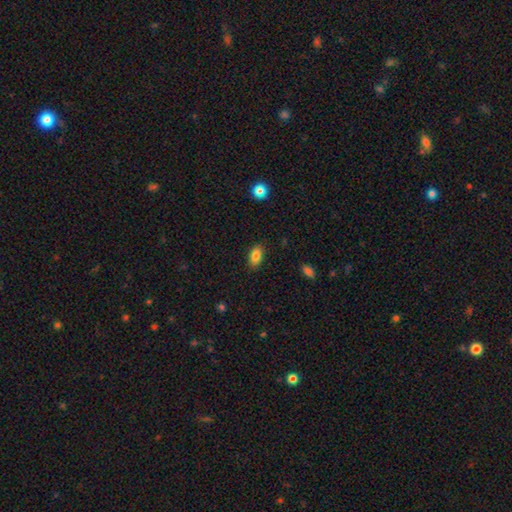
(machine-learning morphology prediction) A smooth galaxy with no disk features (84%) that is in between round and cigar-shaped (91%). Merging: none (87%).